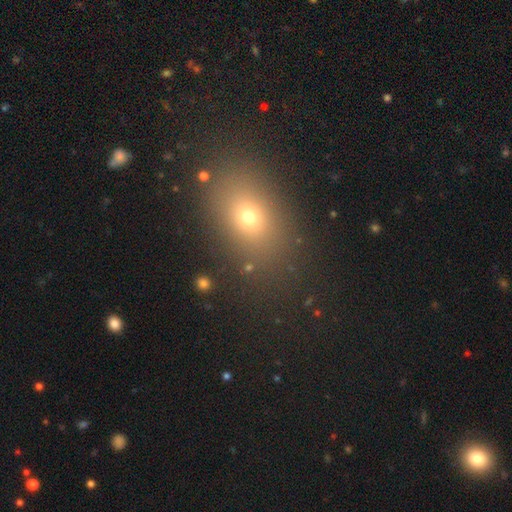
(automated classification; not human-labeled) This appears to be a smooth galaxy with no disk features (65%) that is in between round and cigar-shaped (67%). Merging: none (86%).